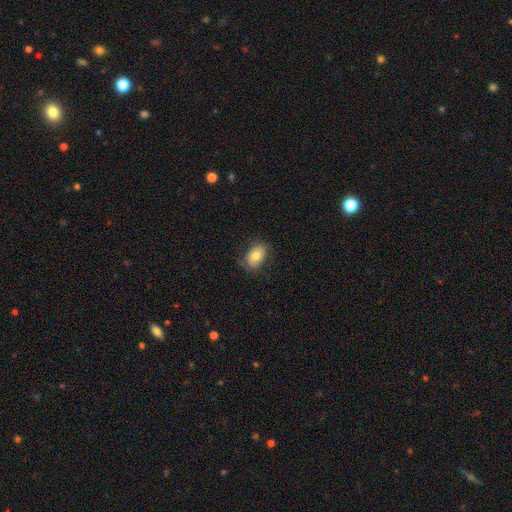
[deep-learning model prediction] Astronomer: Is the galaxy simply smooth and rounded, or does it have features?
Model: smooth — 77%.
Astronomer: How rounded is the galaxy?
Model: in between — 81%.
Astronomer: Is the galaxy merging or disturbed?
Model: none — 78%.